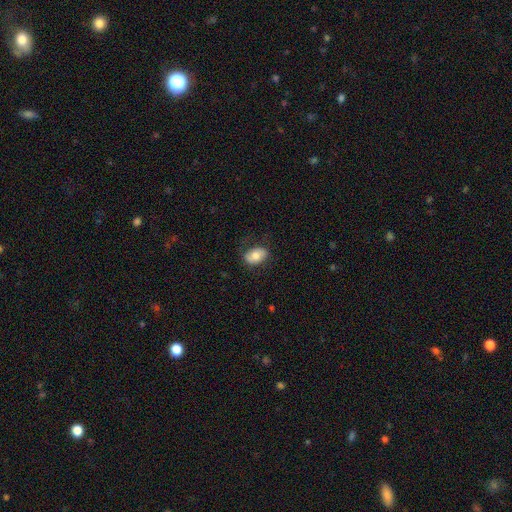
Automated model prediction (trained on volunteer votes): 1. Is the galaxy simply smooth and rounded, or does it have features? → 73% smooth, 20% featured or disk, 7% star or artifact.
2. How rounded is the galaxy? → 85% in between, 14% round, 1% cigar-shaped.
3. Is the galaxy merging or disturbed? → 73% none, 18% minor disturbance, 8% major disturbance, 1% merger.